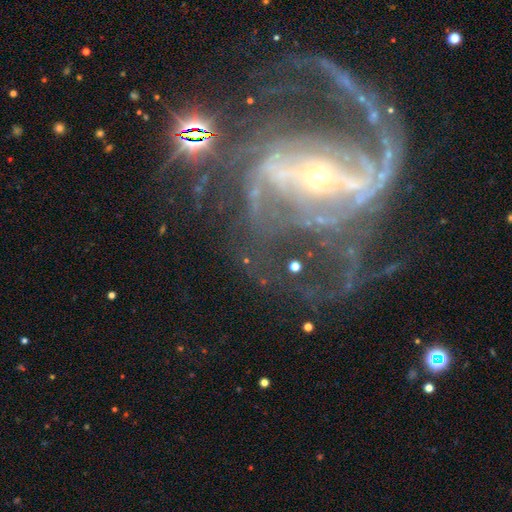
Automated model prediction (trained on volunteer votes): smooth-or-featured: featured or disk: 89% | star or artifact: 8% | smooth: 3%
  disk-edge-on: no: 97% | yes: 3%
    bar: strong: 63% | weak: 23% | no: 14%
    has-spiral-arms: yes: 94% | no: 6%
      spiral-winding: medium: 47% | loose: 31% | tight: 23%
      spiral-arm-count: 2: 59% | can't tell: 14% | 3: 10% | 1: 6% | 4: 6% | more than 4: 5%
    bulge-size: small: 76% | moderate: 19% | large: 3% | dominant: 1% | none: 1%
  merging: none: 47% | major disturbance: 33% | minor disturbance: 15% | merger: 6%